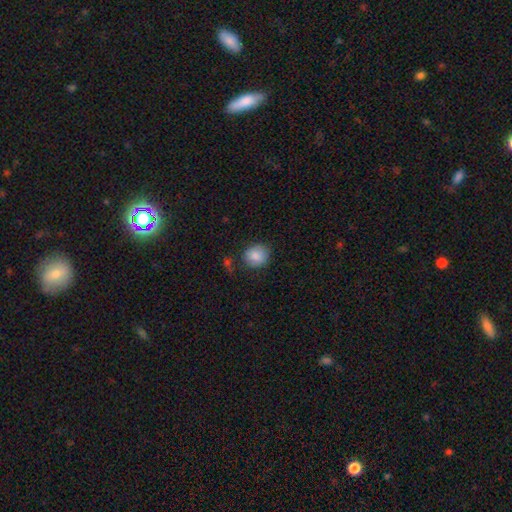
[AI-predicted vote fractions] Smooth or featured?
  - smooth: 87% *
  - star or artifact: 8%
  - featured or disk: 5%
How rounded?
  - round: 78% *
  - in between: 21%
  - cigar-shaped: 1%
Merging?
  - none: 77% *
  - minor disturbance: 16%
  - major disturbance: 4%
  - merger: 3%